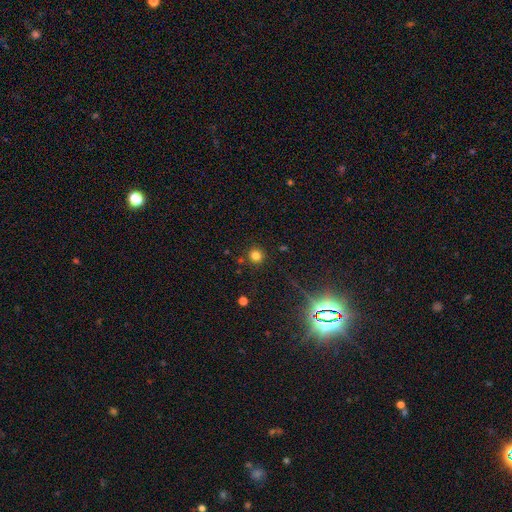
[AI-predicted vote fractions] Morphology: type=smooth (77%); roundness=round (94%); merging=none (89%).